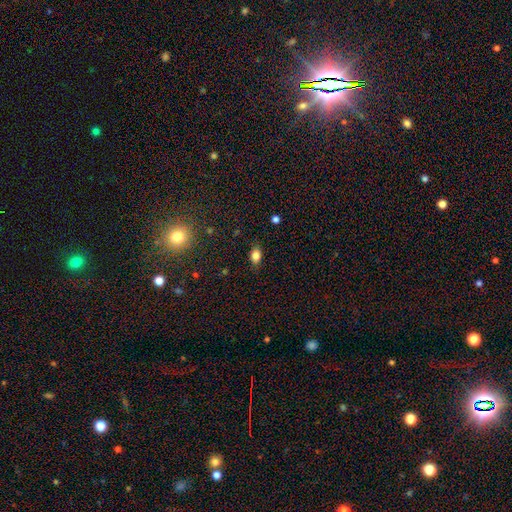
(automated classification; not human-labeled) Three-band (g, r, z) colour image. It shows a smooth galaxy with no disk features (82%) that is in between round and cigar-shaped (79%). Merging: none (84%).